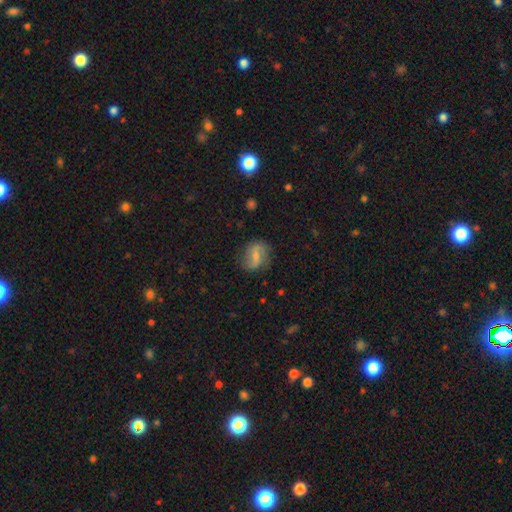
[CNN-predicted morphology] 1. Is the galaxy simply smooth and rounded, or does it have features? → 58% featured or disk, 34% smooth, 8% star or artifact.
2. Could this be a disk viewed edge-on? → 96% no, 4% yes.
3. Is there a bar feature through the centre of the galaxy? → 47% weak, 29% strong, 24% no.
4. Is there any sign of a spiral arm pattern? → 84% yes, 16% no.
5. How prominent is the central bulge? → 48% small, 32% moderate, 16% none, 3% large, 1% dominant.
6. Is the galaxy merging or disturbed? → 73% none, 18% minor disturbance, 7% major disturbance, 2% merger.